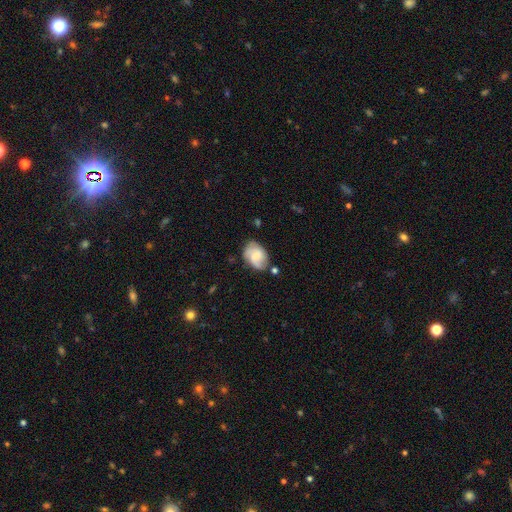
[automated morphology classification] smooth-or-featured: featured or disk: 46% | smooth: 45% | star or artifact: 8%
  merging: none: 58% | minor disturbance: 27% | major disturbance: 10% | merger: 6%